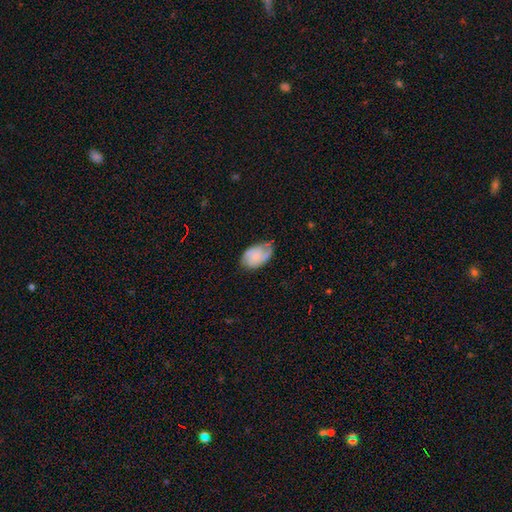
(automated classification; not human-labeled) The model was most divided on "smooth or featured": smooth: 52%, featured or disk: 40%, star or artifact: 8%. More confident: how rounded — in between (89%); merging — none (57%).